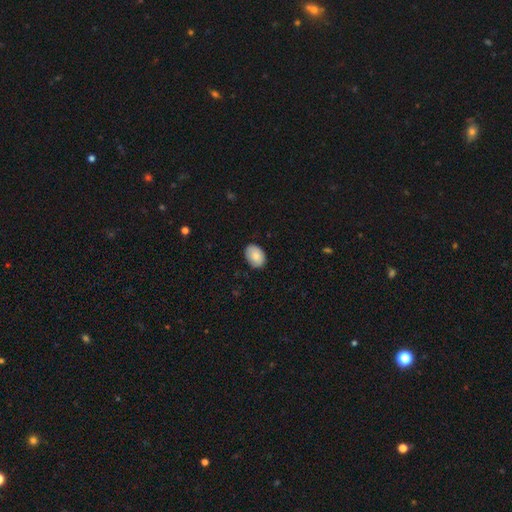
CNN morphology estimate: Q: Smooth or featured?
A: smooth (85%); runner-up: featured or disk (8%)
Q: How rounded?
A: in between (78%); runner-up: round (22%)
Q: Merging?
A: none (85%); runner-up: minor disturbance (12%)